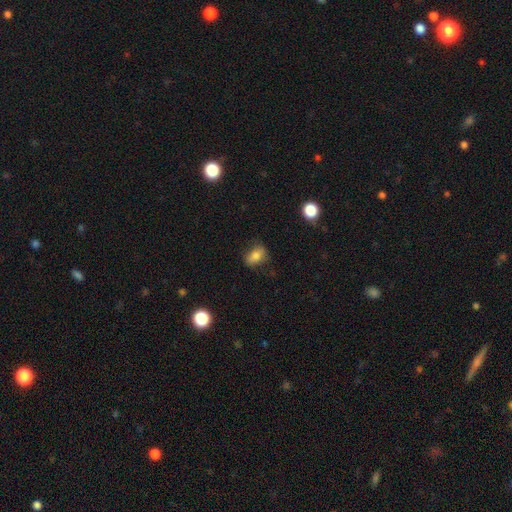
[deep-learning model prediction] A smooth galaxy with no disk features (79%) that is in between round and cigar-shaped (79%). Merging: none (73%).